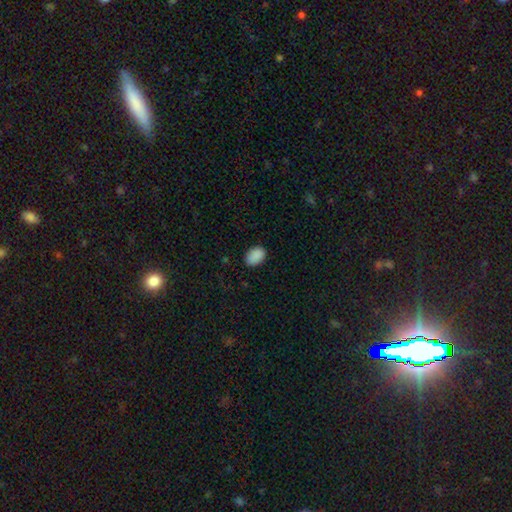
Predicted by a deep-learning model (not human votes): Smooth or featured?
  - smooth: 90% *
  - star or artifact: 8%
  - featured or disk: 3%
How rounded?
  - in between: 81% *
  - round: 17%
  - cigar-shaped: 1%
Merging?
  - none: 85% *
  - minor disturbance: 12%
  - major disturbance: 2%
  - merger: 1%